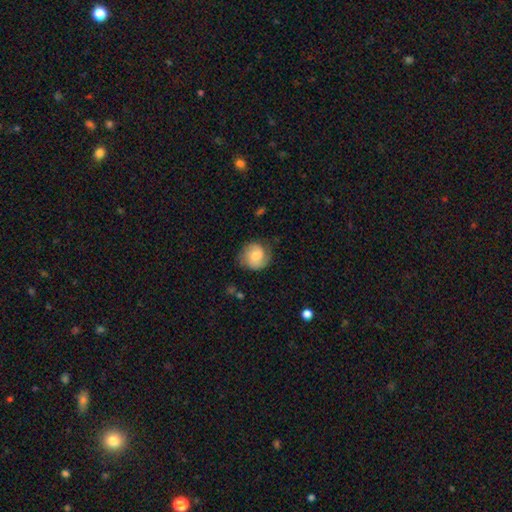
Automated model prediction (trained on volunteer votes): The model was most divided on "bulge size": moderate: 45%, small: 37%, large: 9%, none: 7%, dominant: 2%. More confident: edge-on disk — no (98%); spiral arms — yes (91%); merging — none (72%); bar — no (62%); smooth or featured — featured or disk (51%).